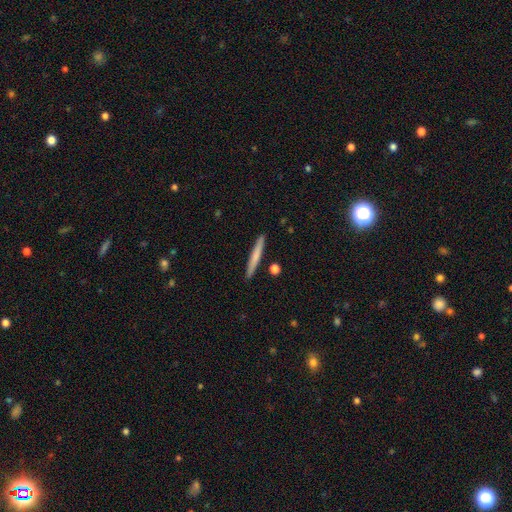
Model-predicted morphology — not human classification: A smooth galaxy with no disk features (65%) that is cigar-shaped (96%). Merging: none (90%).